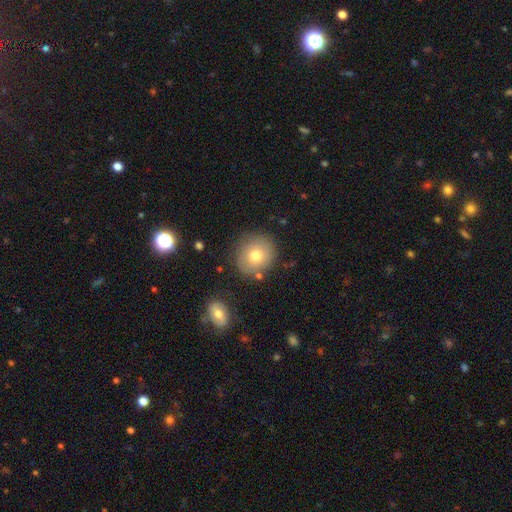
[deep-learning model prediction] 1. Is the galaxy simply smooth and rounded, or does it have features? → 73% smooth, 17% featured or disk, 10% star or artifact.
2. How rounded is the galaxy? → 83% round, 16% in between, 1% cigar-shaped.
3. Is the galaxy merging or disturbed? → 80% none, 13% minor disturbance, 4% merger, 4% major disturbance.